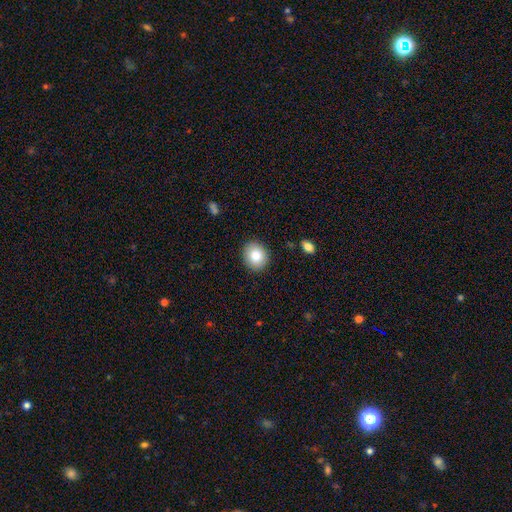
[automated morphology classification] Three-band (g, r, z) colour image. It shows a smooth galaxy with no disk features (83%) that is round (71%). Merging: none (90%).